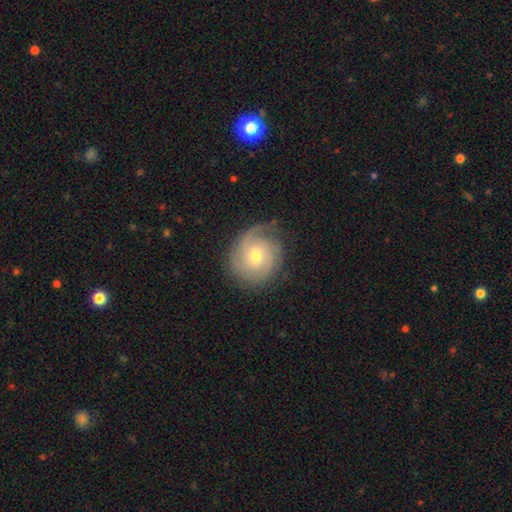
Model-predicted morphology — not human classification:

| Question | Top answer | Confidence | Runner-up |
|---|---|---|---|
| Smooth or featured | featured or disk | 76% | smooth (18%) |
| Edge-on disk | no | 97% | yes (3%) |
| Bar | no | 56% | weak (38%) |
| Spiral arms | yes | 94% | no (6%) |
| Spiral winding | tight | 62% | medium (29%) |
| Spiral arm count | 2 | 32% | can't tell (25%) |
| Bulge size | moderate | 56% | small (40%) |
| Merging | none | 76% | minor disturbance (17%) |